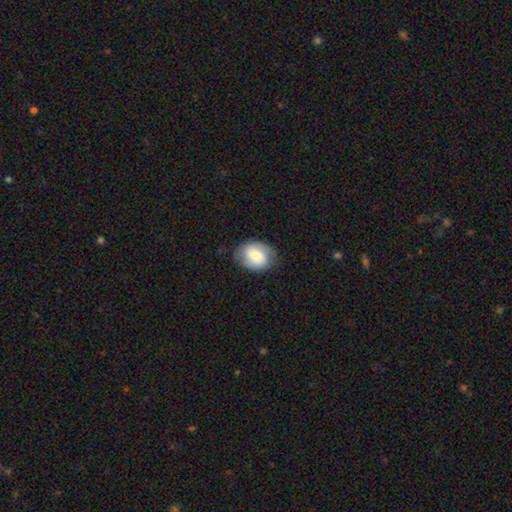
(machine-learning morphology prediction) A smooth galaxy with no disk features (59%) that is in between round and cigar-shaped (61%).

Vote fractions:
- Smooth or featured? smooth: 59% / featured or disk: 34% / star or artifact: 7%
- How rounded? in between: 61% / round: 38% / cigar-shaped: 1%
- Merging? none: 79% / minor disturbance: 16% / major disturbance: 4% / merger: 1%